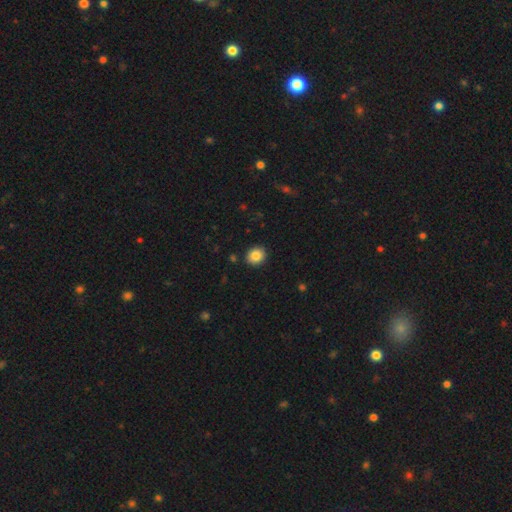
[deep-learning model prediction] smooth-or-featured: smooth: 86% | star or artifact: 9% | featured or disk: 5%
  how-rounded: round: 76% | in between: 23% | cigar-shaped: 1%
  merging: none: 91% | minor disturbance: 6% | major disturbance: 2% | merger: 1%